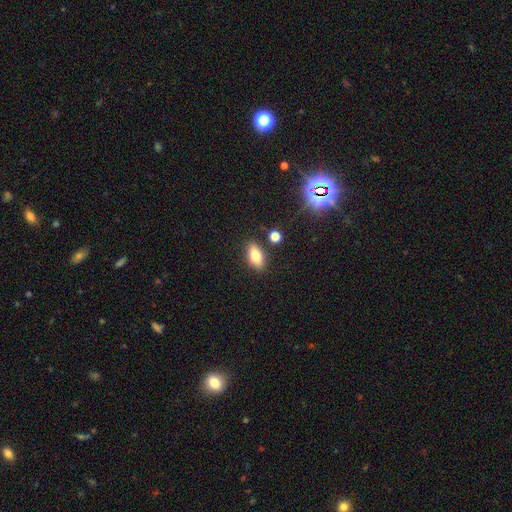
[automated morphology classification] Smooth or featured?
  - smooth: 76% *
  - featured or disk: 15%
  - star or artifact: 9%
How rounded?
  - in between: 84% *
  - cigar-shaped: 11%
  - round: 5%
Merging?
  - none: 83% *
  - minor disturbance: 10%
  - merger: 5%
  - major disturbance: 3%